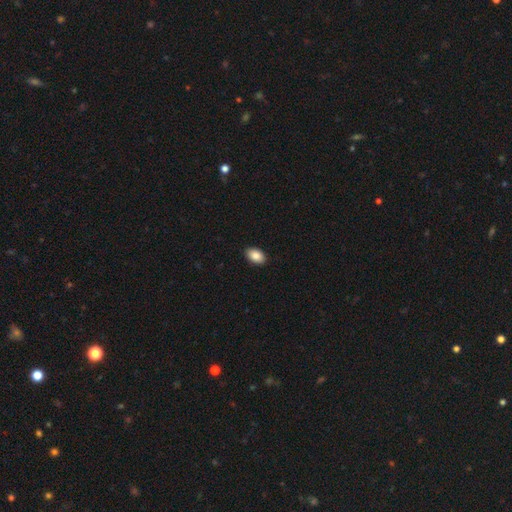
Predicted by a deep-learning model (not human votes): Q: Smooth or featured?
A: smooth (87%); runner-up: star or artifact (7%)
Q: How rounded?
A: in between (90%); runner-up: round (9%)
Q: Merging?
A: none (90%); runner-up: minor disturbance (7%)